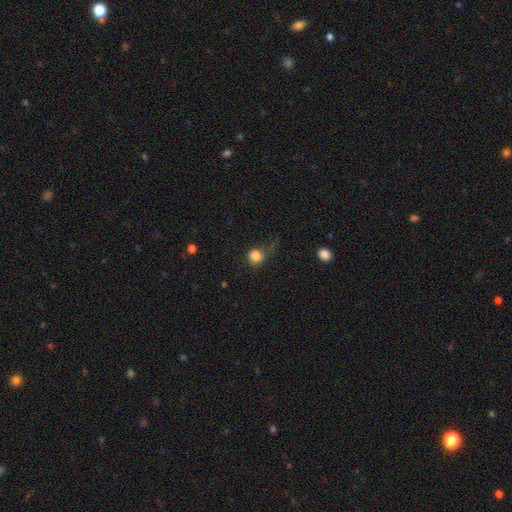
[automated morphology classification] This appears to be a smooth galaxy with no disk features (82%) that is round (83%). Merging: none (44%).